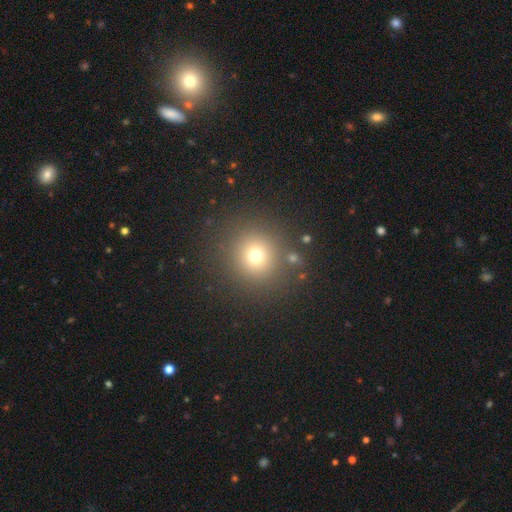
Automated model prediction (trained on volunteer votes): A smooth galaxy with no disk features (71%) that is round (93%). Merging: none (86%).